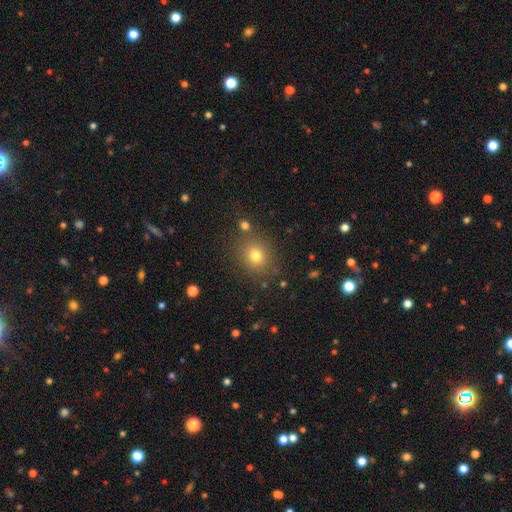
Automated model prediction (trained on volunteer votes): A smooth galaxy with no disk features (75%) that is round (75%).

Vote fractions:
- Smooth or featured? smooth: 75% / star or artifact: 15% / featured or disk: 9%
- How rounded? round: 75% / in between: 24% / cigar-shaped: 1%
- Merging? none: 81% / minor disturbance: 10% / merger: 5% / major disturbance: 4%